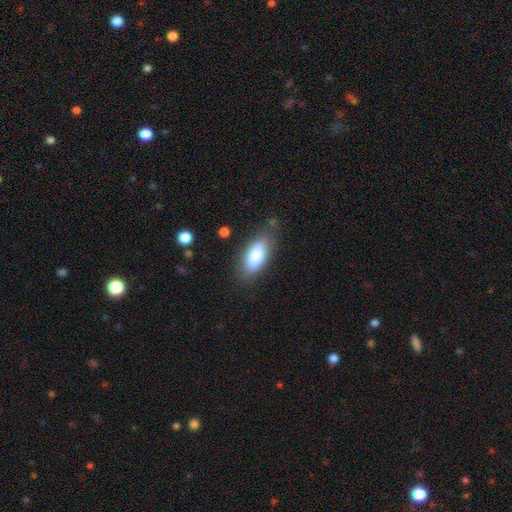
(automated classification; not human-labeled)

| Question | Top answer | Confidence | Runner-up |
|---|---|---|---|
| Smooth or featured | smooth | 84% | featured or disk (9%) |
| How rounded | in between | 85% | cigar-shaped (13%) |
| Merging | none | 76% | minor disturbance (17%) |